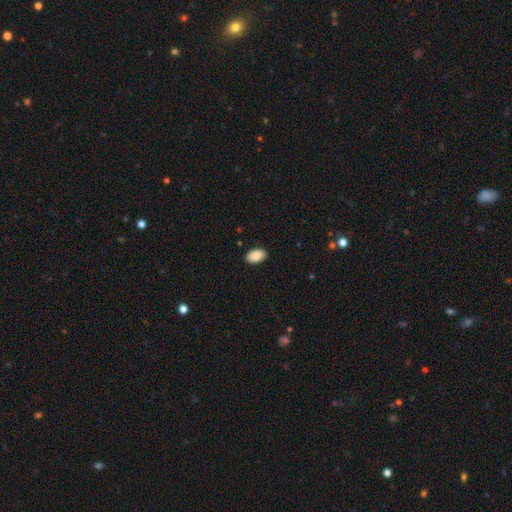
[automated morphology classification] This is clearly a smooth galaxy (90%). How rounded: clearly in between (93%). Merging: clearly none (89%).